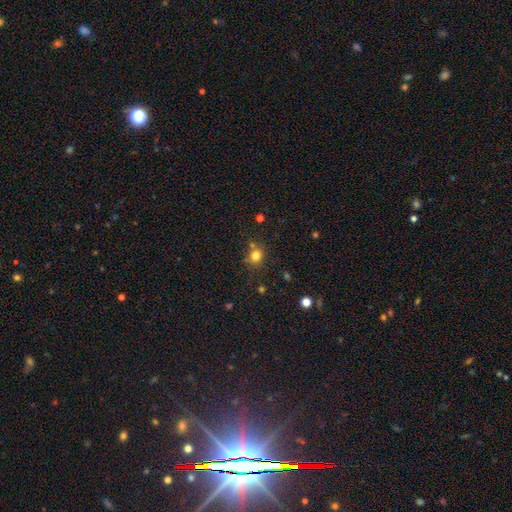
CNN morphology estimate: A smooth galaxy with no disk features (79%) that is round (78%).

Vote fractions:
- Smooth or featured? smooth: 79% / star or artifact: 15% / featured or disk: 6%
- How rounded? round: 78% / in between: 21% / cigar-shaped: 1%
- Merging? none: 70% / minor disturbance: 14% / merger: 12% / major disturbance: 5%